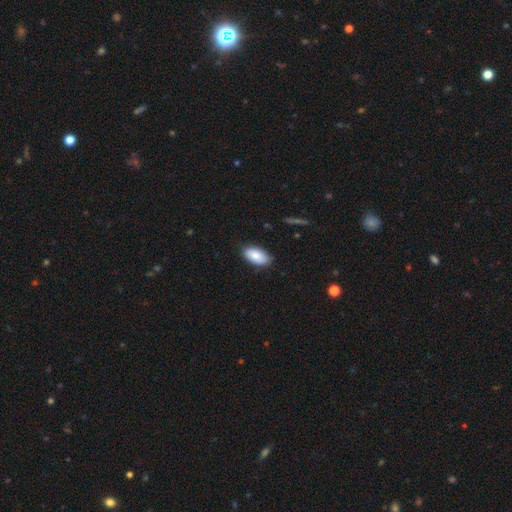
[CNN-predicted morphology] Smooth or featured?
  - smooth: 86% *
  - featured or disk: 8%
  - star or artifact: 6%
How rounded?
  - in between: 95% *
  - cigar-shaped: 3%
  - round: 3%
Merging?
  - none: 84% *
  - minor disturbance: 13%
  - major disturbance: 2%
  - merger: 1%